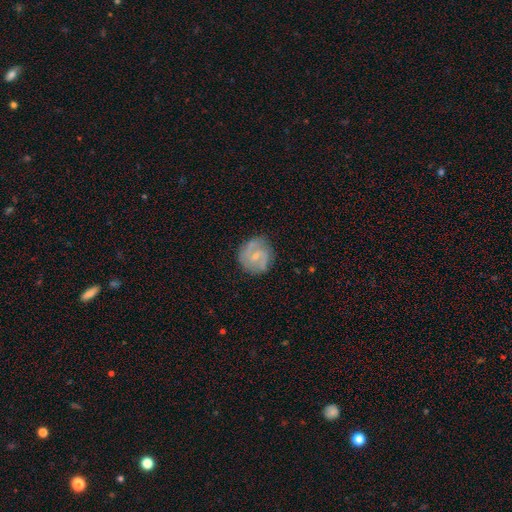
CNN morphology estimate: smooth-or-featured: featured or disk: 64% | smooth: 29% | star or artifact: 7%
  disk-edge-on: no: 98% | yes: 2%
    bar: weak: 50% | no: 38% | strong: 12%
    has-spiral-arms: yes: 85% | no: 15%
      spiral-winding: medium: 45% | tight: 34% | loose: 21%
      spiral-arm-count: 2: 67% | can't tell: 17% | 1: 6% | 3: 6% | 4: 2% | more than 4: 2%
    bulge-size: small: 65% | moderate: 28% | none: 5% | large: 1% | dominant: 1%
  merging: none: 73% | minor disturbance: 19% | major disturbance: 7% | merger: 1%